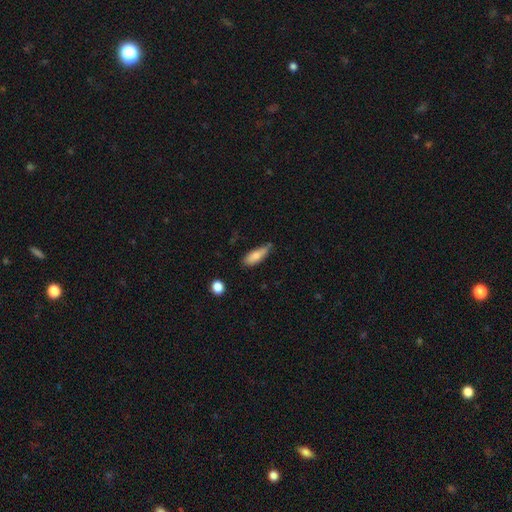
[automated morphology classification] Smooth or featured: smooth — 79% (featured or disk — 14%)
How rounded: in between — 62% (cigar-shaped — 36%)
Merging: none — 56% (minor disturbance — 33%)